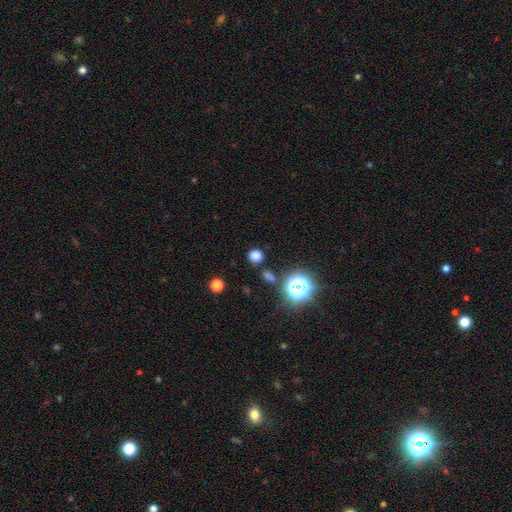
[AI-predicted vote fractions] smooth 74%, star or artifact 22%, featured or disk 5%. Down the decision tree: how rounded — round (87%); merging — none (83%).